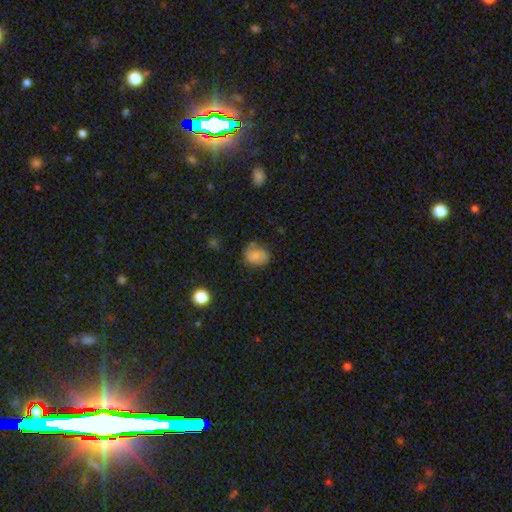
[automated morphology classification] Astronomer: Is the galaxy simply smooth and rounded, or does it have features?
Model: smooth — 69%.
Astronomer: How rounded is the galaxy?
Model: in between — 51% (runner-up: round, 48%).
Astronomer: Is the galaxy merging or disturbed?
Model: none — 61%.